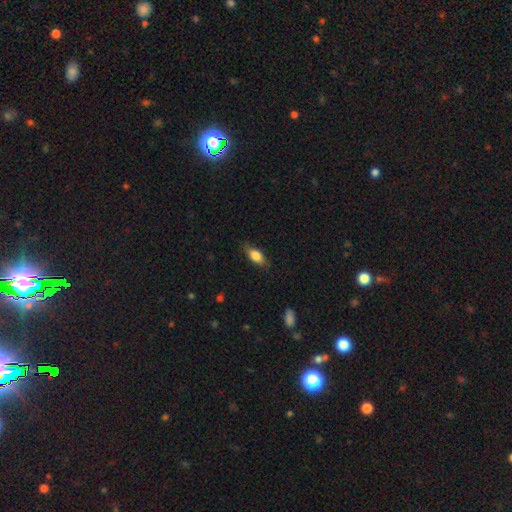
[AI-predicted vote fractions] A smooth galaxy with no disk features (78%) that is in between round and cigar-shaped (81%).

Vote fractions:
- Smooth or featured? smooth: 78% / featured or disk: 15% / star or artifact: 7%
- How rounded? in between: 81% / cigar-shaped: 14% / round: 5%
- Merging? none: 79% / minor disturbance: 16% / major disturbance: 3% / merger: 1%